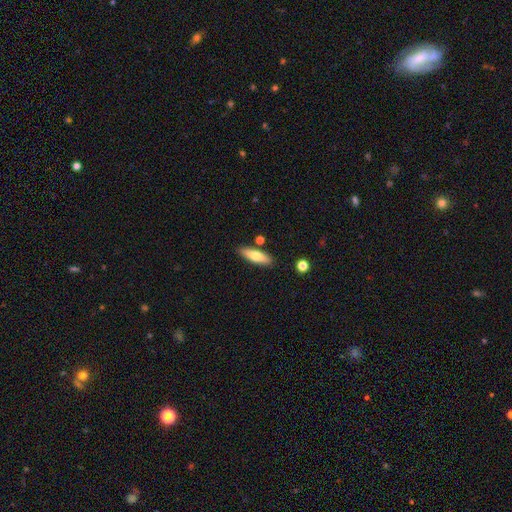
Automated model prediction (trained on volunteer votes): smooth_or_featured: smooth (p=0.70) [alt: featured or disk p=0.23]
how_rounded: cigar-shaped (p=0.51) [alt: in between p=0.47]
merging: none (p=0.83) [alt: minor disturbance p=0.10]